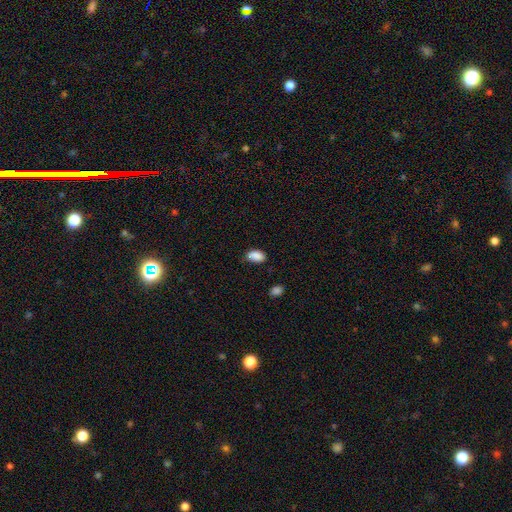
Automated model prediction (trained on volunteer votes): A smooth galaxy with no disk features (87%) that is in between round and cigar-shaped (91%). Merging: none (64%).